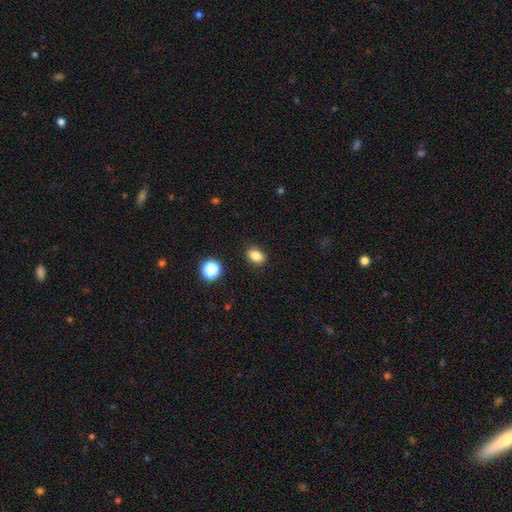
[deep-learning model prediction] Smooth or featured? smooth (84%)
How rounded? in between (77%)
Merging? none (89%)